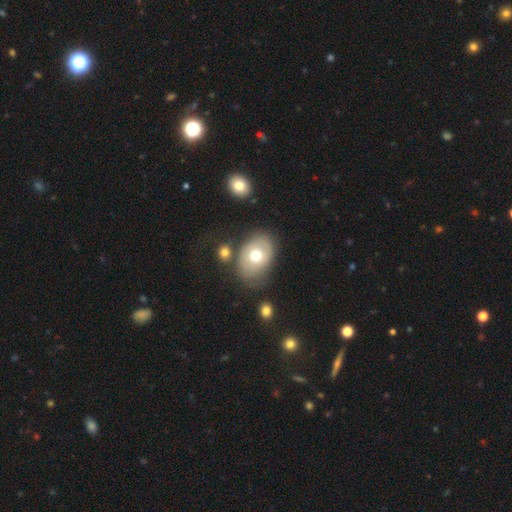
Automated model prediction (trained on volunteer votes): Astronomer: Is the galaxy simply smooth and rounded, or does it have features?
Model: smooth — 62%.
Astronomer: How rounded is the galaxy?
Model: in between — 72%.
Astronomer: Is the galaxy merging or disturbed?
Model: none — 63%.